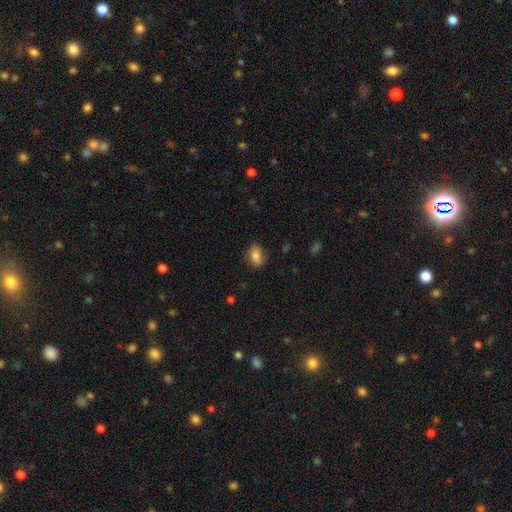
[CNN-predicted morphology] smooth_or_featured: smooth (p=0.83) [alt: featured or disk p=0.09]
how_rounded: in between (p=0.85) [alt: round p=0.13]
merging: none (p=0.76) [alt: minor disturbance p=0.19]